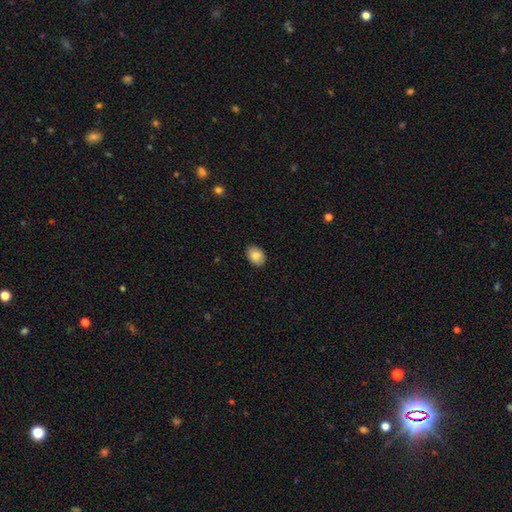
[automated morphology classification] type=smooth (84%); roundness=in between (74%); merging=none (88%).